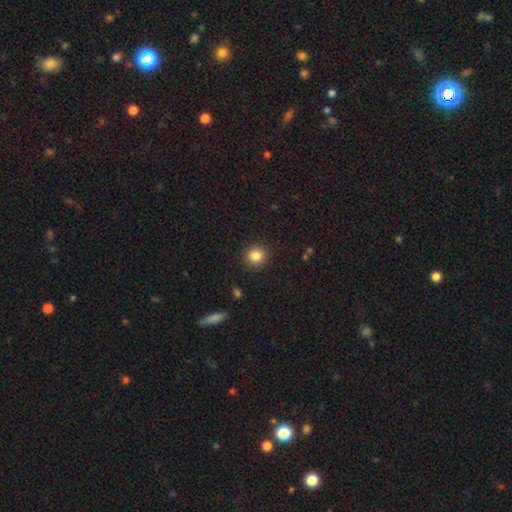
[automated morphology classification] type=smooth (85%); roundness=round (90%); merging=none (91%).